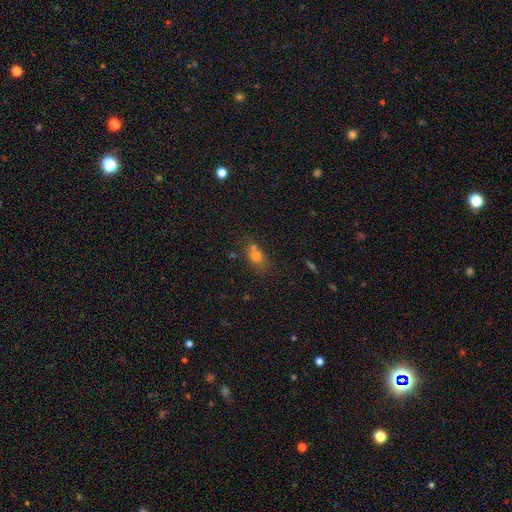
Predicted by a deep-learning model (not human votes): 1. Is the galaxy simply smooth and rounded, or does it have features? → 69% smooth, 17% star or artifact, 14% featured or disk.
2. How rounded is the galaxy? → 53% round, 44% in between, 3% cigar-shaped.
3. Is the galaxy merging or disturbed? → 47% none, 36% merger, 12% minor disturbance, 5% major disturbance.